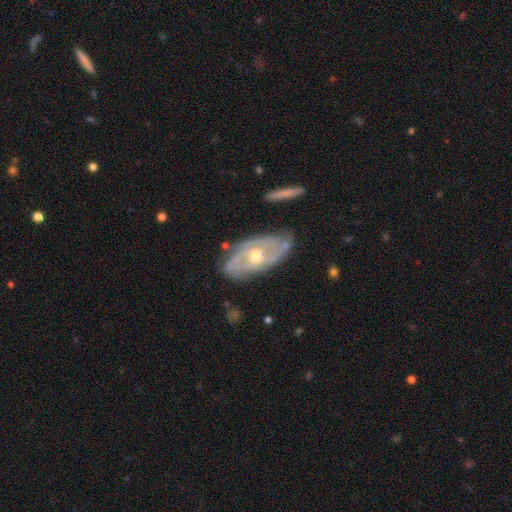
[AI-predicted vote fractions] A featured or disk galaxy (79%) with no bar (68%), 2 (40%) tight (52%) spiral arms (76%) and a moderate central bulge (75%). Merging: none (68%).